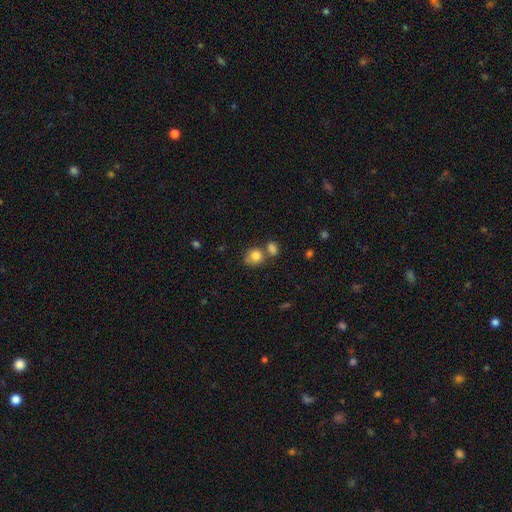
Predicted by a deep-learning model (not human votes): smooth_or_featured: smooth (p=0.82) [alt: star or artifact p=0.10]
how_rounded: round (p=0.72) [alt: in between p=0.27]
merging: none (p=0.49) [alt: merger p=0.32]